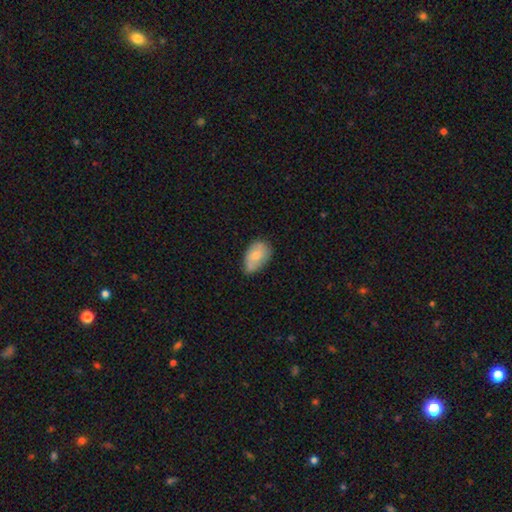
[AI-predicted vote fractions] Smooth or featured? smooth (73%)
How rounded? in between (88%)
Merging? none (47%)